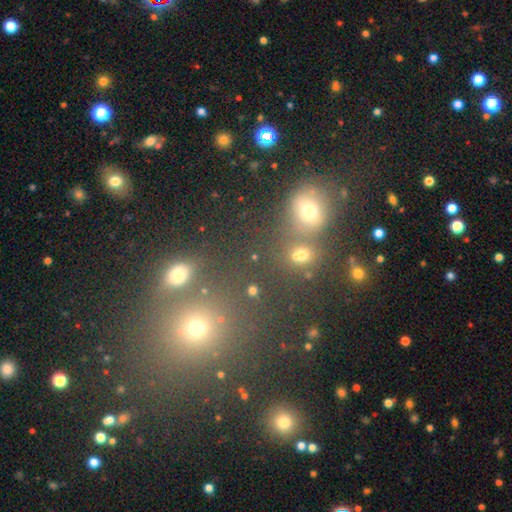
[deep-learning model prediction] smooth-or-featured: smooth: 54% | star or artifact: 36% | featured or disk: 10%
  how-rounded: round: 73% | in between: 24% | cigar-shaped: 3%
  merging: none: 69% | merger: 16% | minor disturbance: 10% | major disturbance: 6%